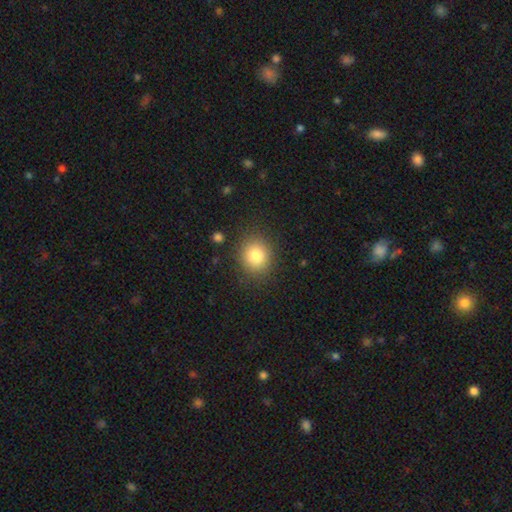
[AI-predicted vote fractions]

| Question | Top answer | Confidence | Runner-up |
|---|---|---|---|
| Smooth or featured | smooth | 82% | star or artifact (10%) |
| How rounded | round | 81% | in between (18%) |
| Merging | none | 87% | minor disturbance (8%) |